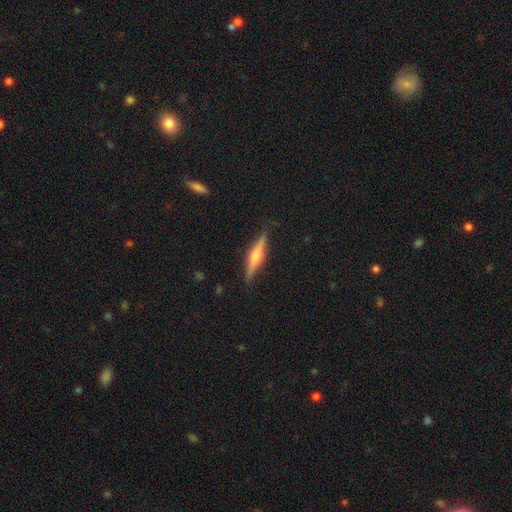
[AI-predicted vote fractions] smooth_or_featured: featured or disk (p=0.65) [alt: smooth p=0.29]
disk_edge_on: yes (p=0.97) [alt: no p=0.03]
edge_on_bulge: rounded (p=0.84) [alt: boxy p=0.10]
merging: none (p=0.88) [alt: minor disturbance p=0.09]